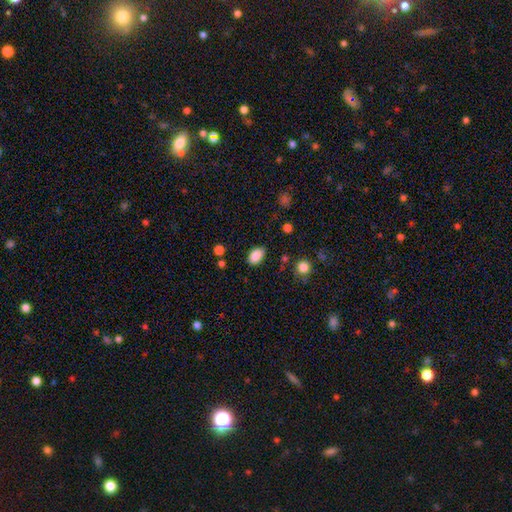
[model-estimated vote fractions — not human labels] This appears to be a smooth galaxy with no disk features (87%) that is in between round and cigar-shaped (89%). Merging: none (81%).